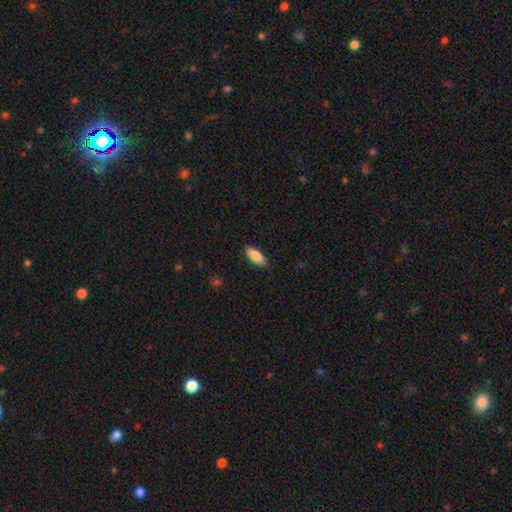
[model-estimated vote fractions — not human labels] Overall: smooth (85%). How rounded: in between (81%). Merging: none (84%).